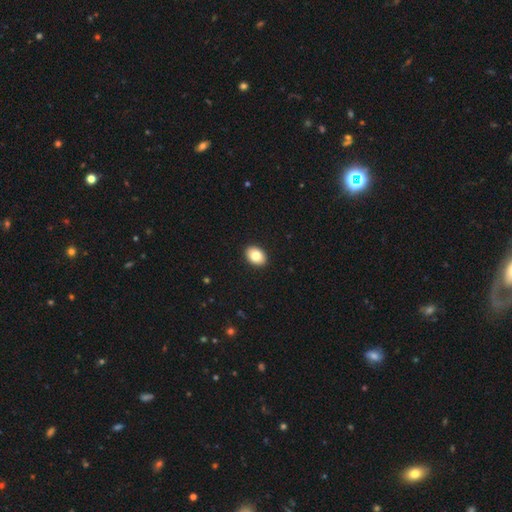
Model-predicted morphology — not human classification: A smooth galaxy with no disk features (82%) that is in between round and cigar-shaped (78%). Merging: none (92%).